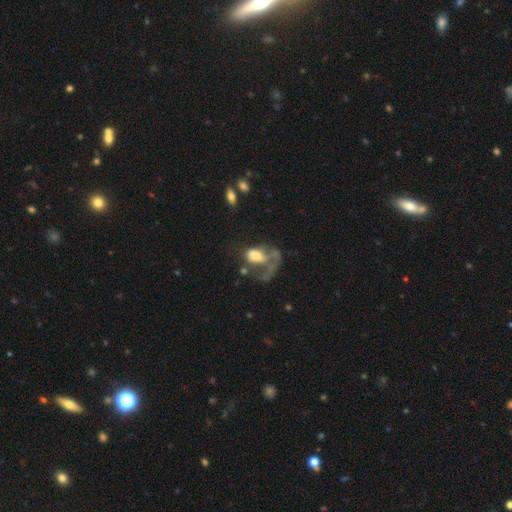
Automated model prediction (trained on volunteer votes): Smooth or featured: featured or disk — 48% (smooth — 43%)
Merging: major disturbance — 64% (none — 14%)